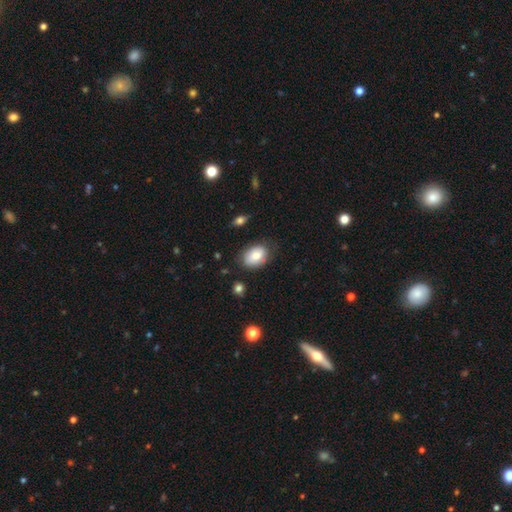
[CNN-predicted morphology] Overall: smooth (77%). How rounded: in between (82%). Merging: none (75%).